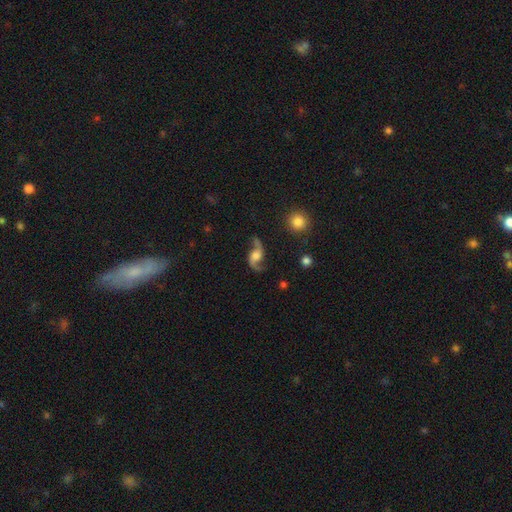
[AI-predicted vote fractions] A featured or disk galaxy (89%) with no bar (60%), 2 (94%) loose (83%) spiral arms (97%) and a moderate central bulge (41%). Merging: none (76%).